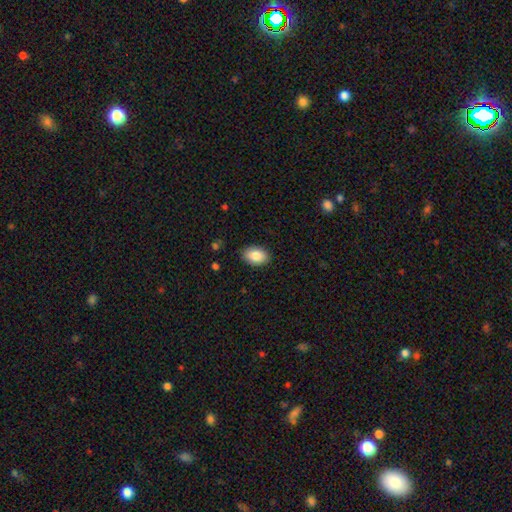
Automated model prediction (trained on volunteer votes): Smooth or featured? Predicted: smooth (p=0.86). How rounded? Predicted: in between (p=0.87). Merging? Predicted: none (p=0.88).